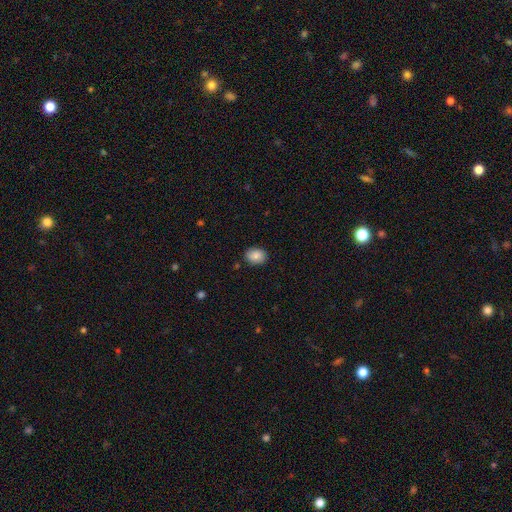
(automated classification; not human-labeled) smooth 87%, star or artifact 8%, featured or disk 5%. Down the decision tree: how rounded — in between (66%); merging — none (87%).